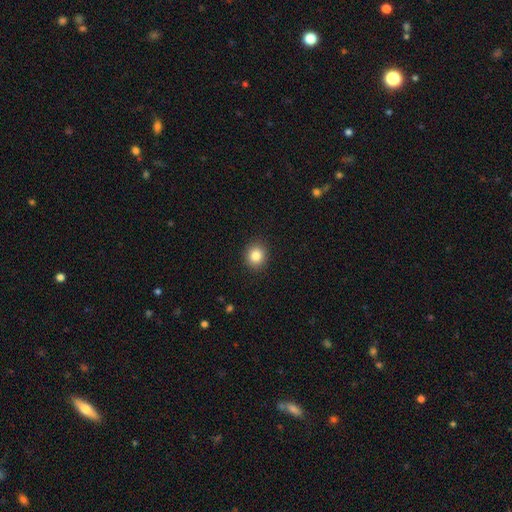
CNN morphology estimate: smooth_or_featured: smooth (p=0.84) [alt: star or artifact p=0.10]
how_rounded: round (p=0.85) [alt: in between p=0.14]
merging: none (p=0.92) [alt: minor disturbance p=0.06]